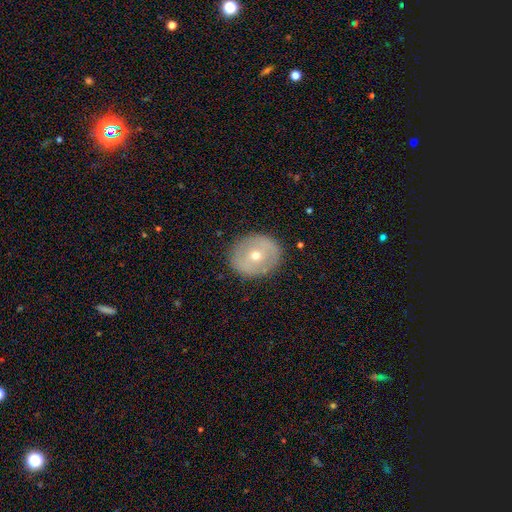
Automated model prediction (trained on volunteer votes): Overall: featured or disk (48%; smooth 43%). Merging: none (85%).